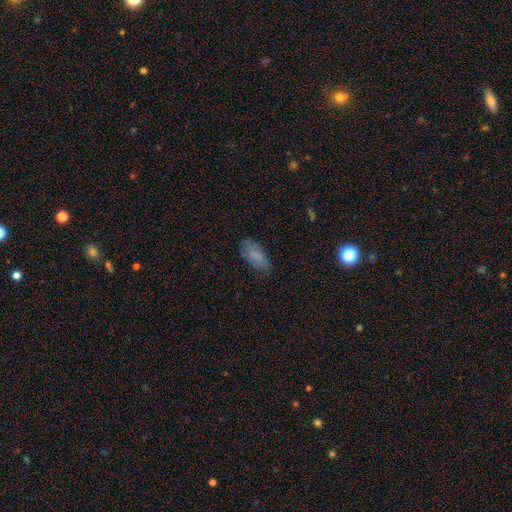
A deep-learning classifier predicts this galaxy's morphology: Q: Smooth or featured?
A: smooth (78%); runner-up: featured or disk (14%)
Q: How rounded?
A: in between (89%); runner-up: cigar-shaped (8%)
Q: Merging?
A: none (71%); runner-up: minor disturbance (22%)